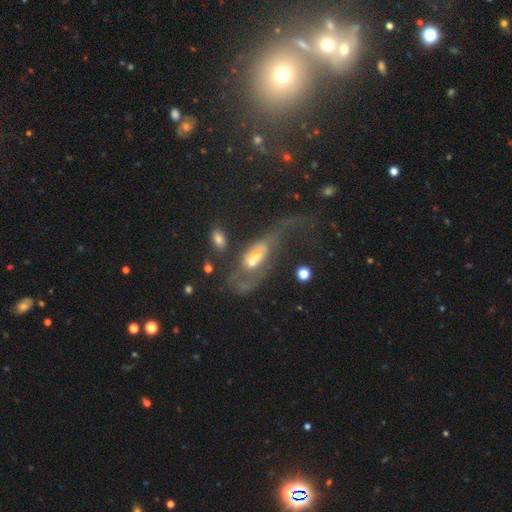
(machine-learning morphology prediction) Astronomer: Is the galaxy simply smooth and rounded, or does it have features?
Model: featured or disk — 57%.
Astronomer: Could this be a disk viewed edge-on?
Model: no — 87%.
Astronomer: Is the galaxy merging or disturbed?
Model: merger — 48% (runner-up: major disturbance, 30%).